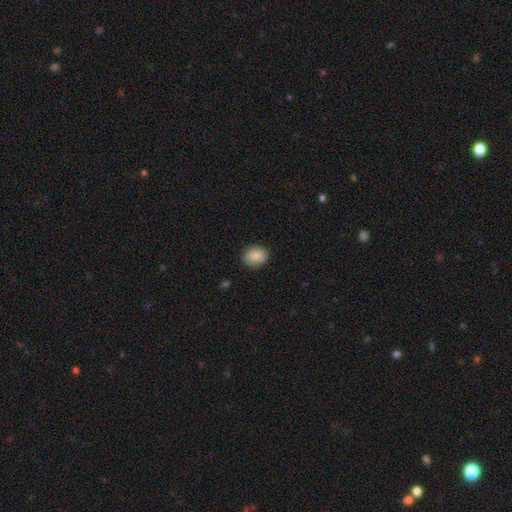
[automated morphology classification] smooth_or_featured: smooth (p=0.85) [alt: star or artifact p=0.08]
how_rounded: round (p=0.54) [alt: in between p=0.45]
merging: none (p=0.85) [alt: minor disturbance p=0.11]